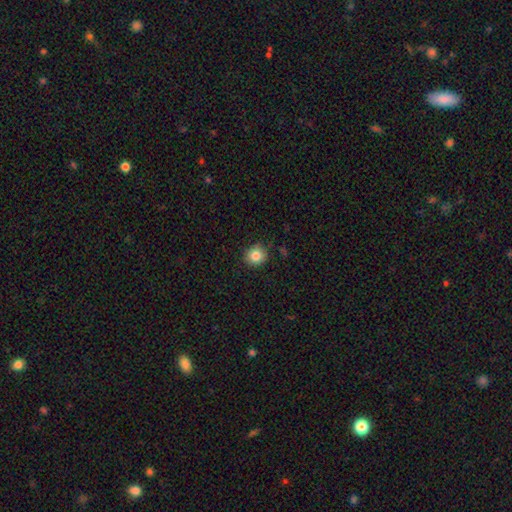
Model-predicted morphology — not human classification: type=smooth (85%); roundness=round (86%); merging=none (86%).